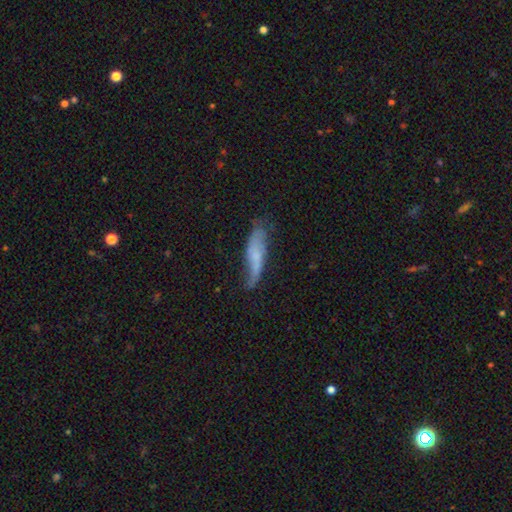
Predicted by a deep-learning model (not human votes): Smooth or featured? featured or disk (48%)
Merging? none (49%)